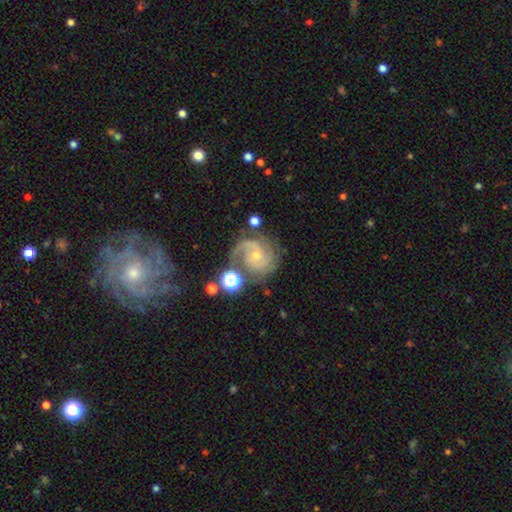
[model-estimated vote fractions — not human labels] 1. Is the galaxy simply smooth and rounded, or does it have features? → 87% featured or disk, 7% star or artifact, 6% smooth.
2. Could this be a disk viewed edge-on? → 98% no, 2% yes.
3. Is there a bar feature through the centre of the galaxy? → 68% no, 26% weak, 6% strong.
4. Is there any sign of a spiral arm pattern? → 98% yes, 2% no.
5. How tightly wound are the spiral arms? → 46% tight, 44% medium, 10% loose.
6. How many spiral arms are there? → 38% 2, 34% 3, 11% can't tell, 7% 4, 5% 1, 5% more than 4.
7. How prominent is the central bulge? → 69% small, 27% moderate, 2% none, 1% large, 1% dominant.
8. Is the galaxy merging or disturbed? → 68% none, 17% minor disturbance, 9% major disturbance, 6% merger.